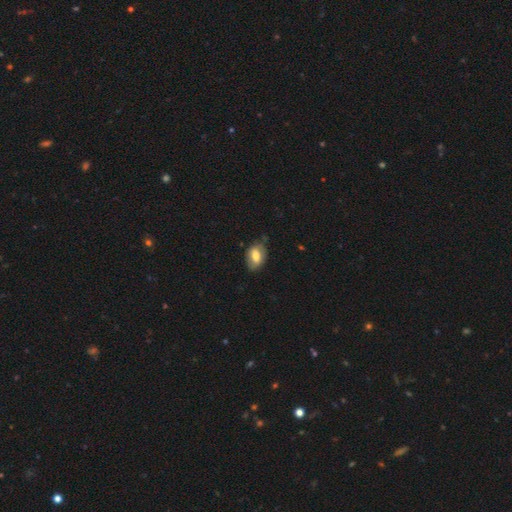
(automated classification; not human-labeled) This appears to be a smooth galaxy with no disk features (66%) that is in between round and cigar-shaped (87%). Merging: none (69%).